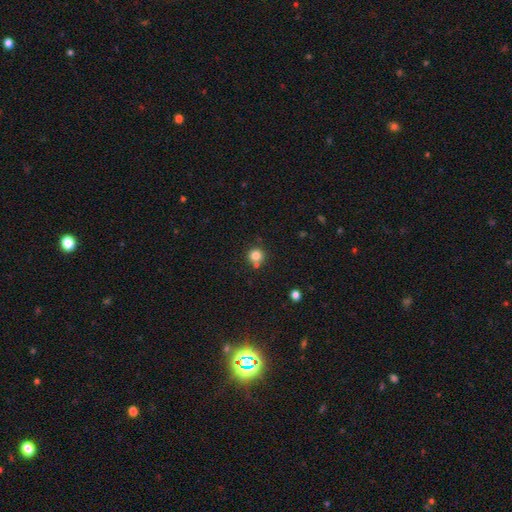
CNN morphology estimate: Smooth or featured? smooth (81%)
How rounded? round (93%)
Merging? none (72%)